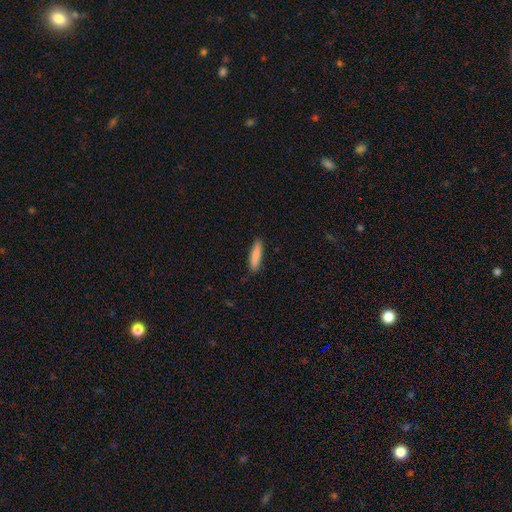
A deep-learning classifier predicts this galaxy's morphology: Smooth or featured? smooth (84%)
How rounded? cigar-shaped (80%)
Merging? none (87%)